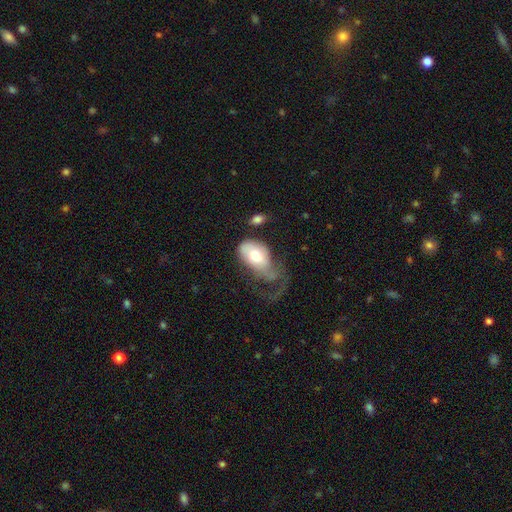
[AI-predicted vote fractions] Smooth or featured? Predicted: smooth (p=0.63). How rounded? Predicted: in between (p=0.89). Merging? Predicted: major disturbance (p=0.56).